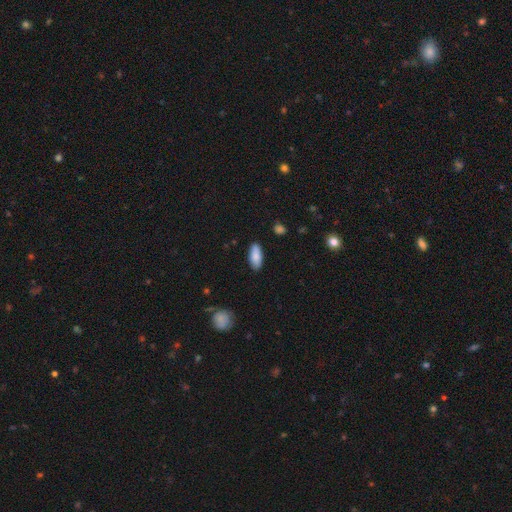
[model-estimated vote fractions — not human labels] Smooth or featured? smooth (86%)
How rounded? in between (84%)
Merging? none (87%)